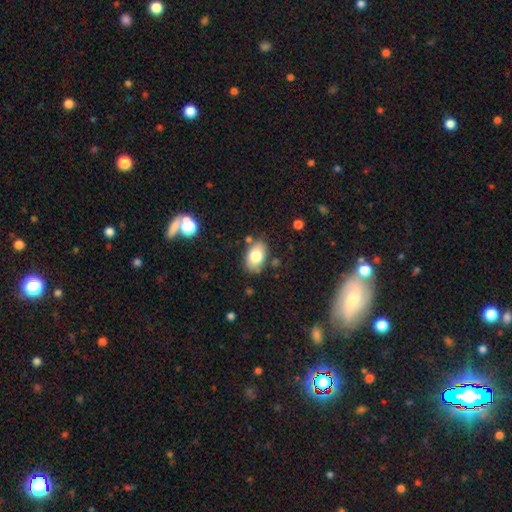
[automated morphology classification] A smooth galaxy with no disk features (78%) that is in between round and cigar-shaped (90%). Merging: none (79%).